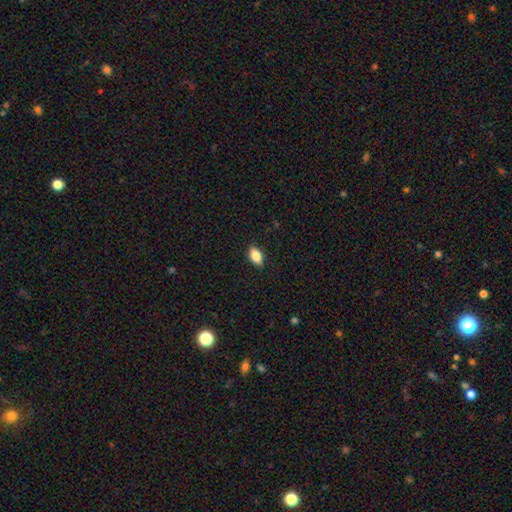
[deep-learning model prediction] Smooth or featured?
  - smooth: 83% *
  - featured or disk: 9%
  - star or artifact: 8%
How rounded?
  - in between: 88% *
  - round: 8%
  - cigar-shaped: 3%
Merging?
  - none: 87% *
  - minor disturbance: 10%
  - major disturbance: 2%
  - merger: 1%